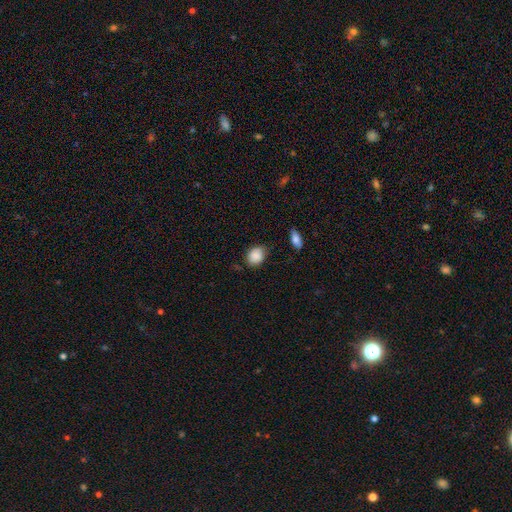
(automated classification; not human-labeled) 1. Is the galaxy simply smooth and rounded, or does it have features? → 88% smooth, 8% star or artifact, 5% featured or disk.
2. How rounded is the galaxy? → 56% in between, 43% round, 1% cigar-shaped.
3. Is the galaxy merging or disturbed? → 70% none, 23% minor disturbance, 4% major disturbance, 3% merger.